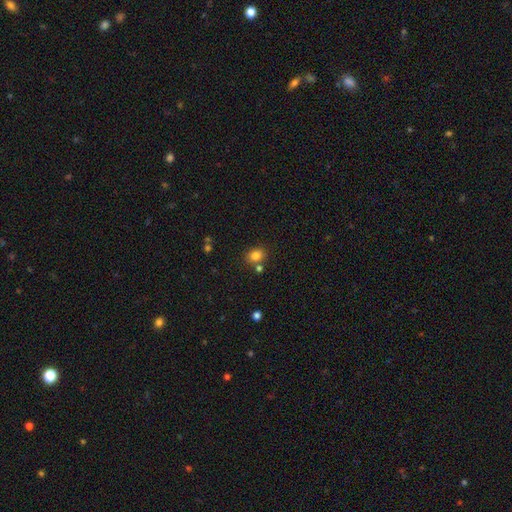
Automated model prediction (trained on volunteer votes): This appears to be a smooth galaxy with no disk features (81%) that is round (52%). Merging: none (73%).